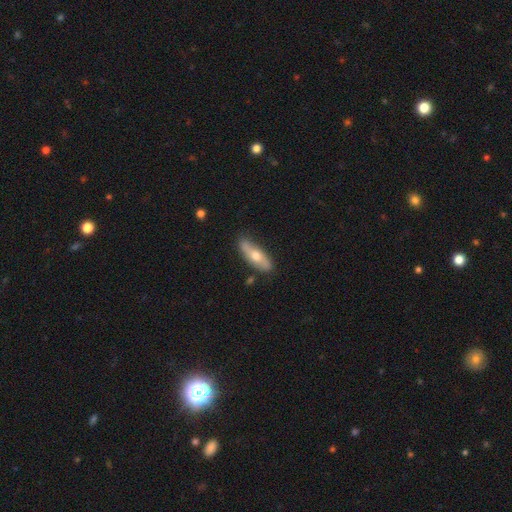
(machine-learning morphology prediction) Q: Smooth or featured?
A: smooth (51%); runner-up: featured or disk (44%)
Q: How rounded?
A: in between (62%); runner-up: cigar-shaped (35%)
Q: Merging?
A: none (80%); runner-up: minor disturbance (15%)